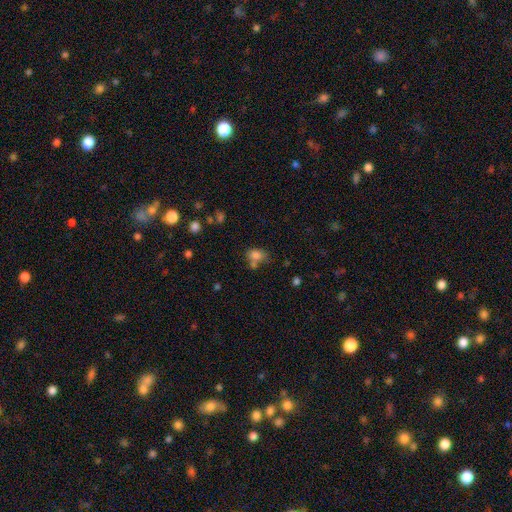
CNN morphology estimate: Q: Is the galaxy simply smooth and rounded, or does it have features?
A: smooth — 80%.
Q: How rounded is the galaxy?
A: in between — 66%.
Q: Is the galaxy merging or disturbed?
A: none — 45%.